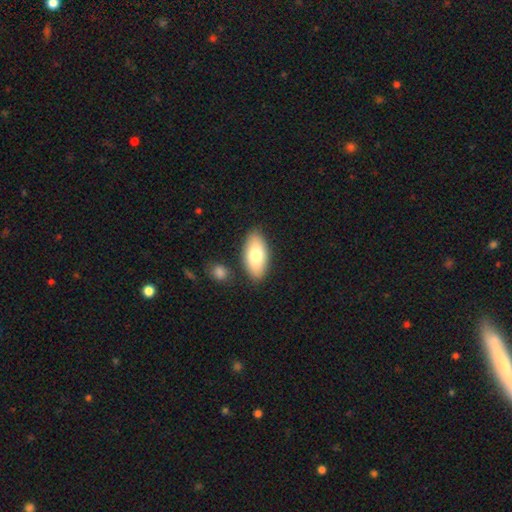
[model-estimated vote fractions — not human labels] Smooth or featured?
  - smooth: 75% *
  - featured or disk: 19%
  - star or artifact: 6%
How rounded?
  - in between: 92% *
  - cigar-shaped: 6%
  - round: 3%
Merging?
  - none: 83% *
  - minor disturbance: 11%
  - merger: 4%
  - major disturbance: 3%